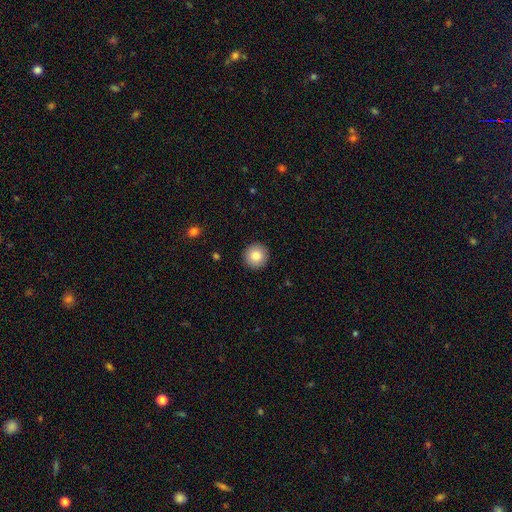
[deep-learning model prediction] Smooth or featured?
  - smooth: 84% *
  - star or artifact: 8%
  - featured or disk: 7%
How rounded?
  - round: 95% *
  - in between: 4%
  - cigar-shaped: 1%
Merging?
  - none: 93% *
  - minor disturbance: 5%
  - major disturbance: 2%
  - merger: 1%